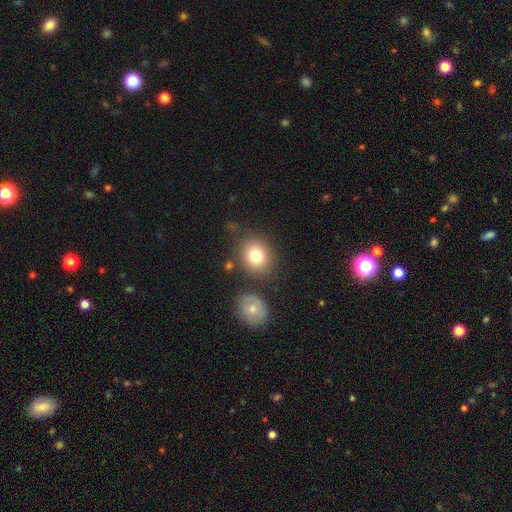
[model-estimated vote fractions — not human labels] smooth_or_featured: smooth (p=0.81) [alt: featured or disk p=0.10]
how_rounded: round (p=0.68) [alt: in between p=0.31]
merging: none (p=0.75) [alt: minor disturbance p=0.12]